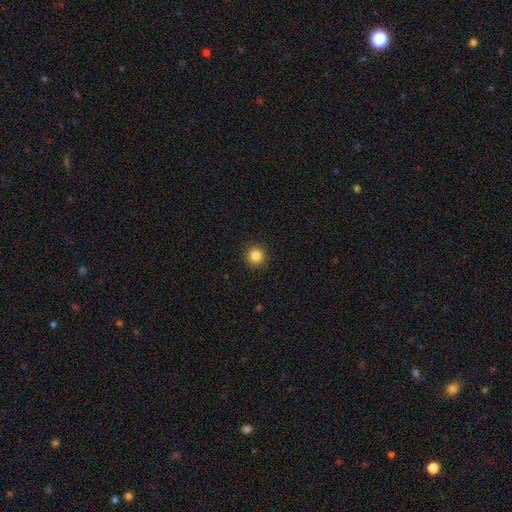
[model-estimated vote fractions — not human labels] This is clearly a smooth galaxy (84%). How rounded: clearly round (94%). Merging: clearly none (92%).